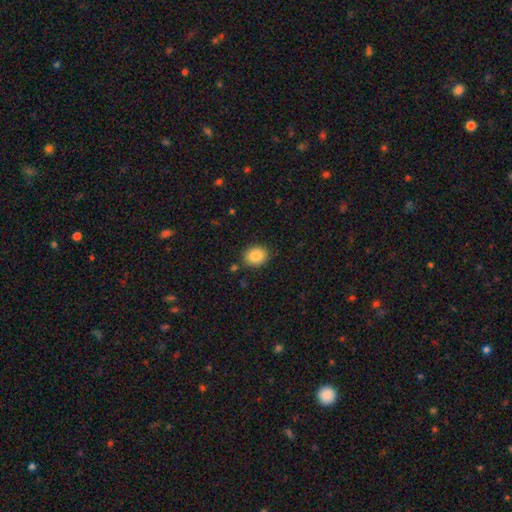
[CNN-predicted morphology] smooth_or_featured: smooth (p=0.87) [alt: star or artifact p=0.08]
how_rounded: round (p=0.55) [alt: in between p=0.44]
merging: none (p=0.86) [alt: minor disturbance p=0.09]